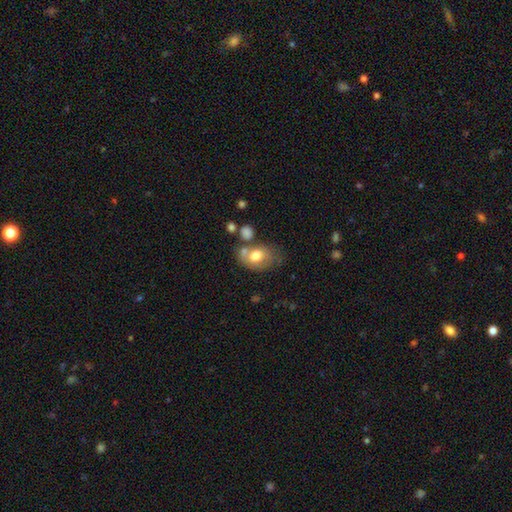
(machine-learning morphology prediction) The model was most divided on "merging": none: 40%, merger: 27%, minor disturbance: 21%, major disturbance: 12%. More confident: how rounded — in between (76%); smooth or featured — smooth (68%).